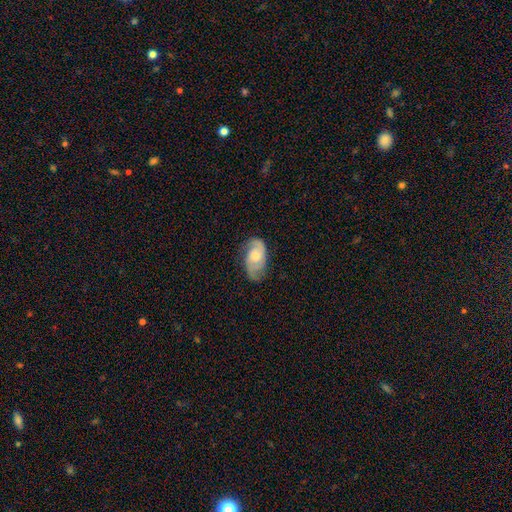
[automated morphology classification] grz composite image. It shows a featured or disk galaxy (73%) with no bar (65%), 2 (82%) medium (46%) spiral arms (94%) and a moderate central bulge (44%). Merging: none (67%).